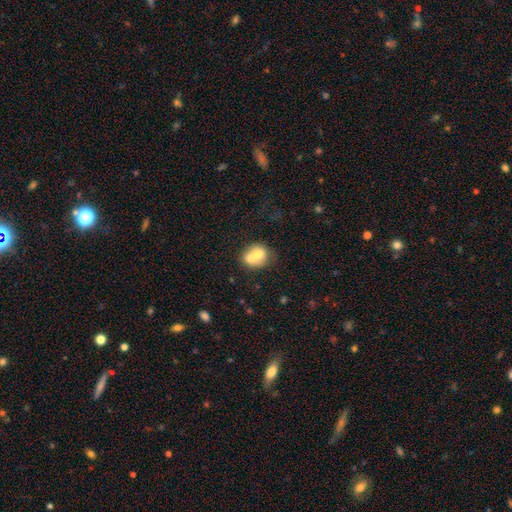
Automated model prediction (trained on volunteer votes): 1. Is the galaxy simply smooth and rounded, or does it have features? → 64% smooth, 27% featured or disk, 9% star or artifact.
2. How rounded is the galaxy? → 67% round, 32% in between, 1% cigar-shaped.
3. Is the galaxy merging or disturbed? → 63% merger, 27% none, 7% minor disturbance, 3% major disturbance.